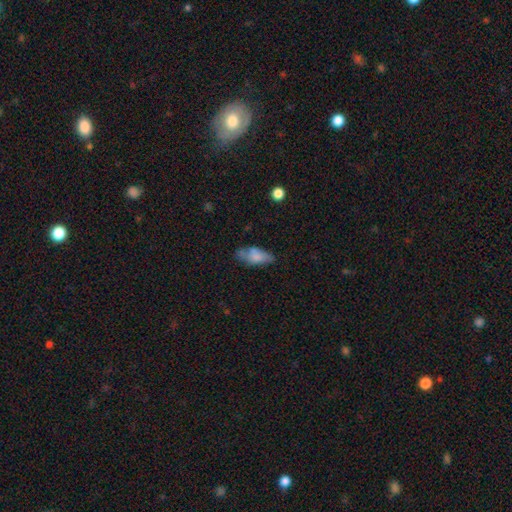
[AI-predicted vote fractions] This appears to be a smooth galaxy with no disk features (70%) that is in between round and cigar-shaped (83%). Merging: none (54%).